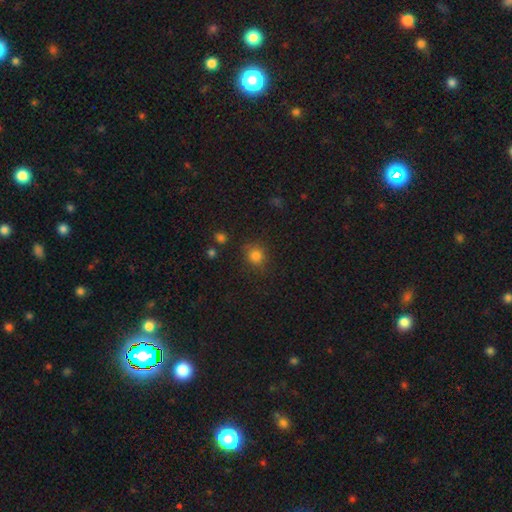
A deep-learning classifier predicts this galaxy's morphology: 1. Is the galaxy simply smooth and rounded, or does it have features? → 81% smooth, 13% star or artifact, 6% featured or disk.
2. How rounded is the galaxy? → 80% round, 19% in between, 1% cigar-shaped.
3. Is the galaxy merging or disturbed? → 81% none, 13% minor disturbance, 4% major disturbance, 2% merger.